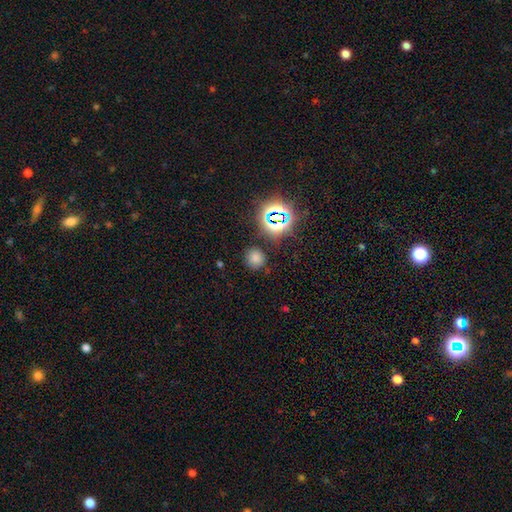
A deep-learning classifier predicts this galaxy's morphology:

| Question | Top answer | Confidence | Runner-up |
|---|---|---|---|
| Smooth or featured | smooth | 63% | star or artifact (31%) |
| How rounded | round | 85% | in between (14%) |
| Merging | none | 85% | minor disturbance (9%) |